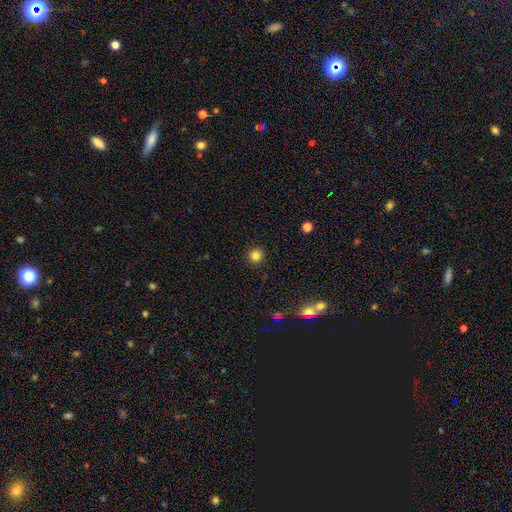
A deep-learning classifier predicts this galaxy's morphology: This is clearly a smooth galaxy (84%). How rounded: clearly round (94%). Merging: clearly none (92%).